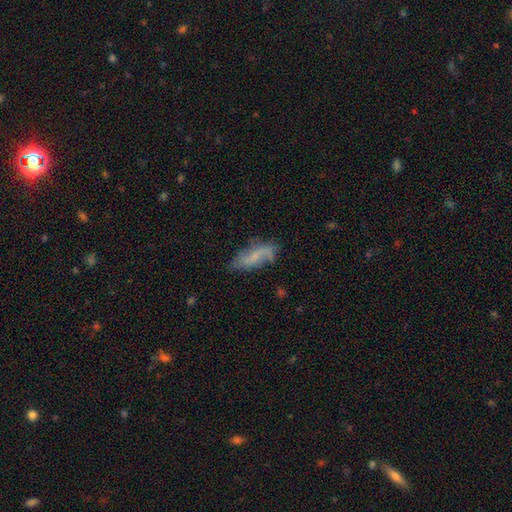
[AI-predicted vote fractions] Overall: smooth (46%; featured or disk 45%). Merging: none (58%; minor disturbance 28%).